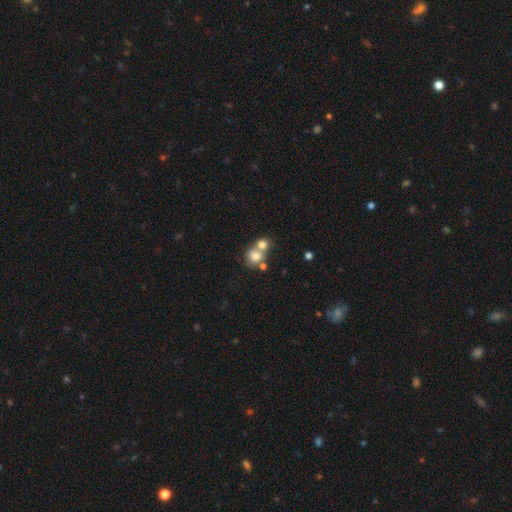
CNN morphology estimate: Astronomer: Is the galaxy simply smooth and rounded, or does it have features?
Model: smooth — 76%.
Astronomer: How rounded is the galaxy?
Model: round — 78%.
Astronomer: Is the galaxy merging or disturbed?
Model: merger — 54% (runner-up: none, 36%).